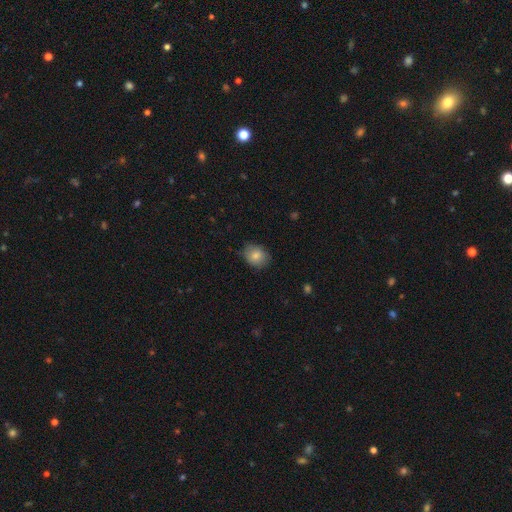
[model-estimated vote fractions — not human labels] smooth 82%, featured or disk 10%, star or artifact 9%. Down the decision tree: how rounded — round (56%); merging — none (78%).